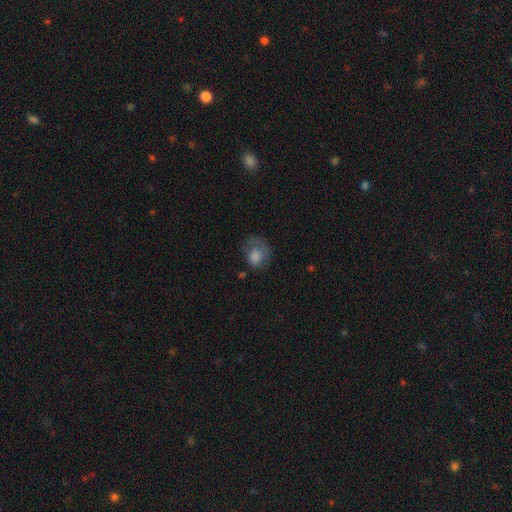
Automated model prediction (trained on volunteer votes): Smooth or featured? Predicted: smooth (p=0.71). How rounded? Predicted: round (p=0.57). Merging? Predicted: none (p=0.38).